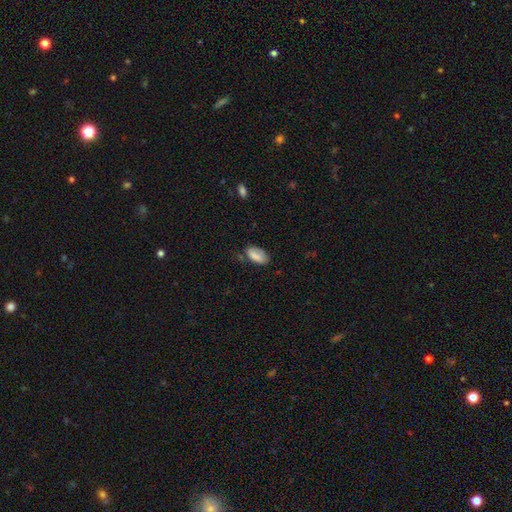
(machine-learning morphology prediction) Smooth or featured: smooth — 81% (featured or disk — 11%)
How rounded: in between — 91% (cigar-shaped — 6%)
Merging: none — 64% (minor disturbance — 27%)